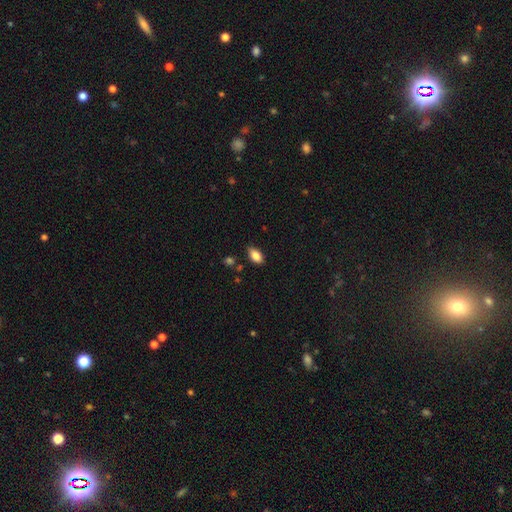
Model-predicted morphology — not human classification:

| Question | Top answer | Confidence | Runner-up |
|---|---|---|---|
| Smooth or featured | smooth | 85% | star or artifact (8%) |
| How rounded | in between | 91% | round (5%) |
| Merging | none | 82% | minor disturbance (14%) |